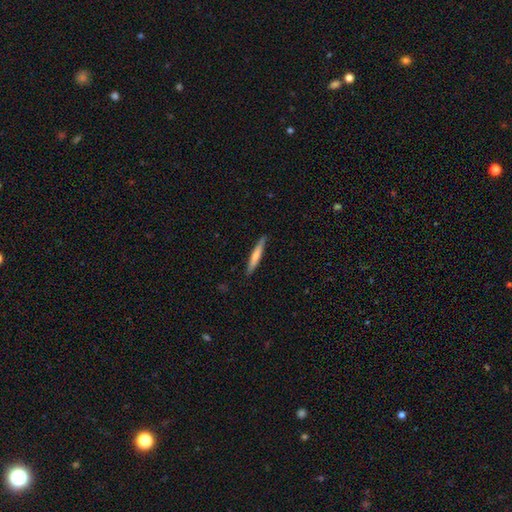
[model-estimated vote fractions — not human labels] Smooth or featured: smooth — 64% (featured or disk — 30%)
How rounded: cigar-shaped — 93% (in between — 5%)
Merging: none — 87% (minor disturbance — 10%)